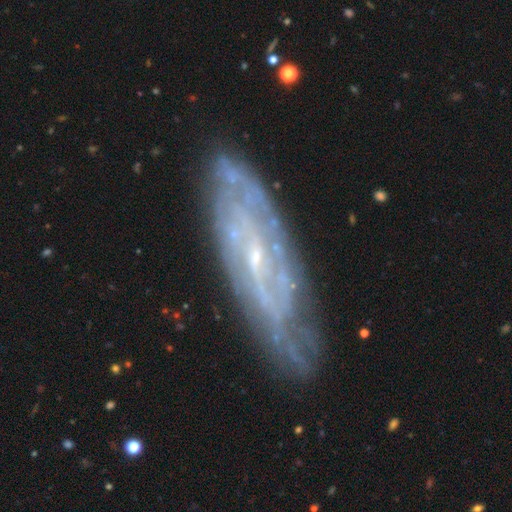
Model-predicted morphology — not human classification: Smooth or featured? Predicted: featured or disk (p=0.85). Edge-on disk? Predicted: no (p=0.82). Bar? Predicted: weak (p=0.42). Spiral arms? Predicted: yes (p=0.94). Spiral winding? Predicted: tight (p=0.66). Spiral arm count? Predicted: can't tell (p=0.43). Bulge size? Predicted: small (p=0.80). Merging? Predicted: none (p=0.79).